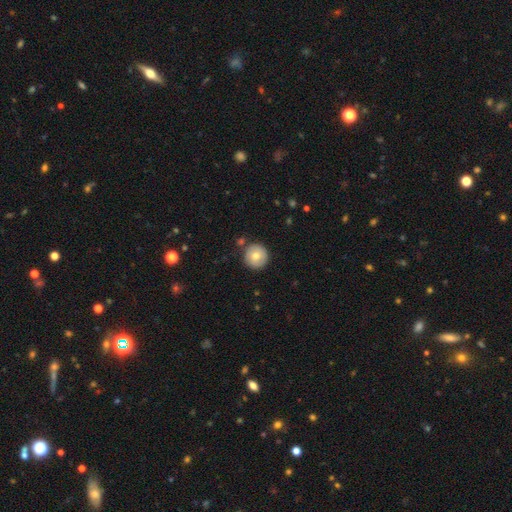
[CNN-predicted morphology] smooth-or-featured: smooth: 73% | featured or disk: 19% | star or artifact: 8%
  how-rounded: round: 96% | in between: 4% | cigar-shaped: 1%
  merging: none: 85% | minor disturbance: 9% | merger: 4% | major disturbance: 2%